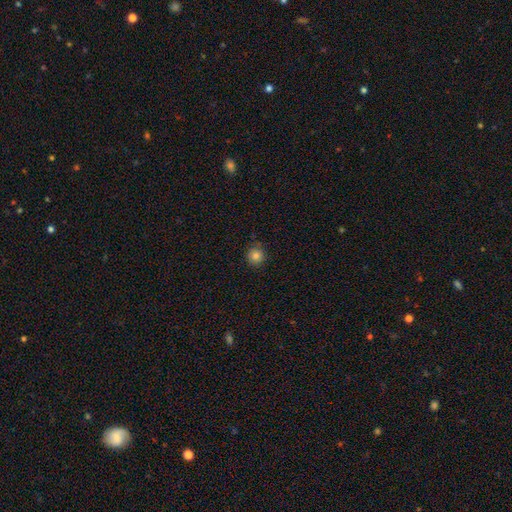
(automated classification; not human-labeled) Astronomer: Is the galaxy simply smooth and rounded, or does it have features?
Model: smooth — 83%.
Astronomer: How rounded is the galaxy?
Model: round — 93%.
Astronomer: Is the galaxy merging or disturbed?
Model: none — 87%.